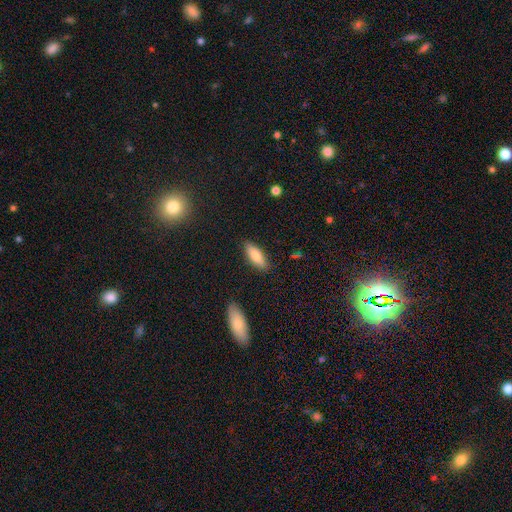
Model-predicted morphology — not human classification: type=smooth (82%); roundness=in between (67%); merging=none (86%).